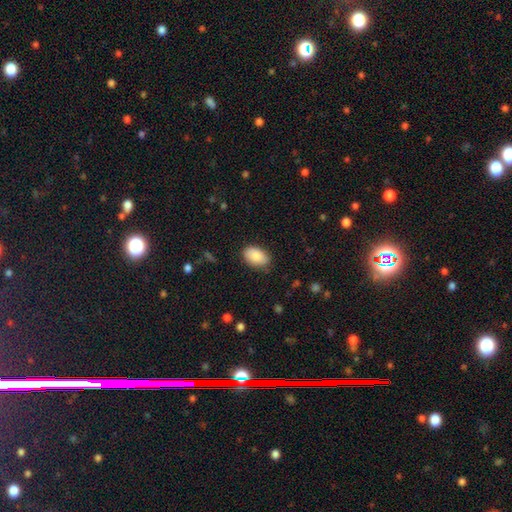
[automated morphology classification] smooth-or-featured: smooth: 88% | star or artifact: 7% | featured or disk: 6%
  how-rounded: in between: 91% | round: 8% | cigar-shaped: 1%
  merging: none: 83% | minor disturbance: 13% | major disturbance: 3% | merger: 1%